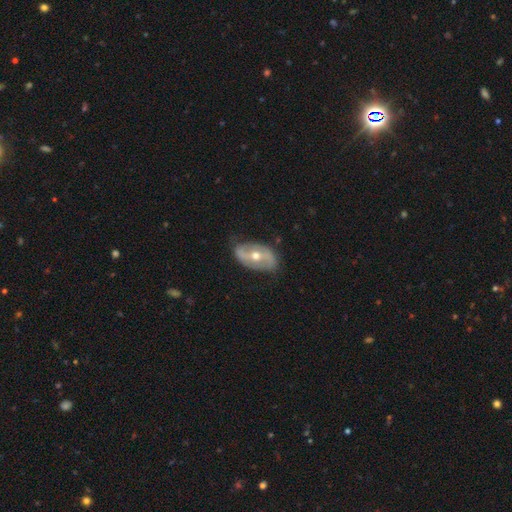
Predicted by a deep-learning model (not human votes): This is likely a featured or disk galaxy (73%). It is clearly not viewed edge-on (93%). Bar: marginally no (38%). Spiral arm pattern: likely yes (69%). Central bulge: likely moderate (70%). Merging: likely none (75%).